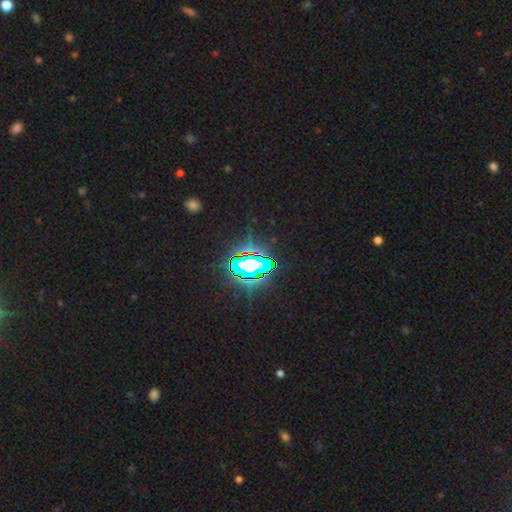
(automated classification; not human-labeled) Overall: star or artifact (78%).